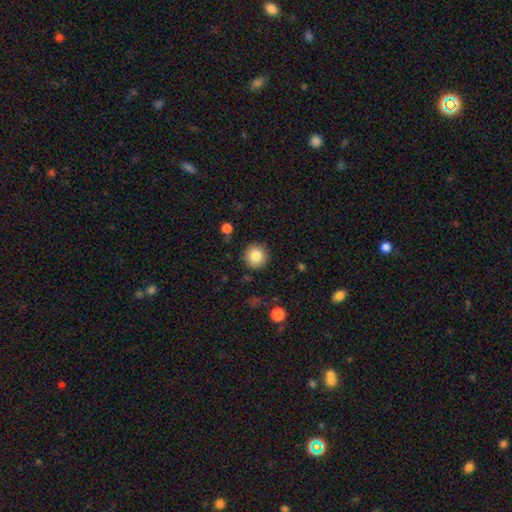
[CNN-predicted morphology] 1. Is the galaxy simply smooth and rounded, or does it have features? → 84% smooth, 9% star or artifact, 7% featured or disk.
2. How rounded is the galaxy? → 95% round, 4% in between, 1% cigar-shaped.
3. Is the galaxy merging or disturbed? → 90% none, 7% minor disturbance, 2% major disturbance, 1% merger.